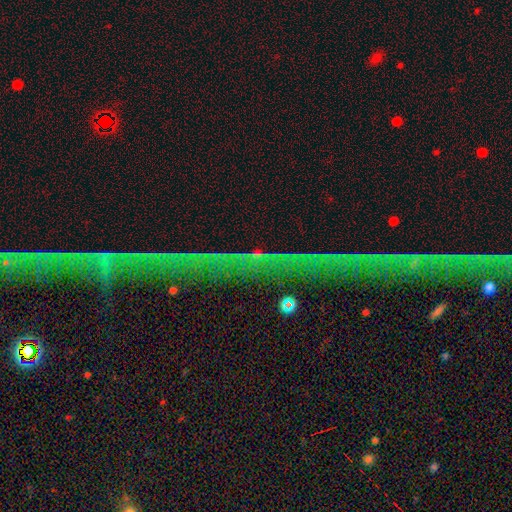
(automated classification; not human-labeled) Smooth or featured: star or artifact — 71% (featured or disk — 15%)